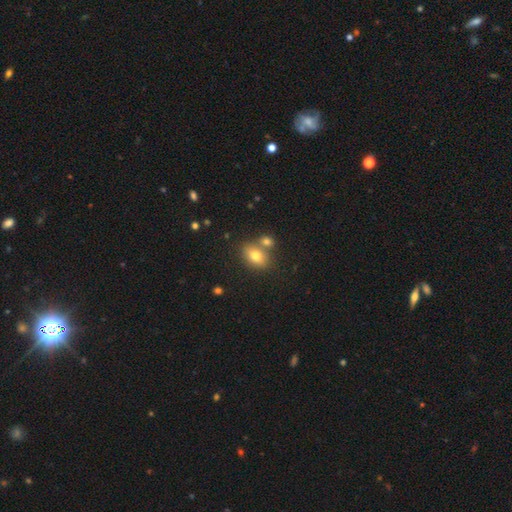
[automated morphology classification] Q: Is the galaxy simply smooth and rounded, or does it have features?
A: smooth — 75%.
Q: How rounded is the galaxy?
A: in between — 72%.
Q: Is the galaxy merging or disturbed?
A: none — 56%.